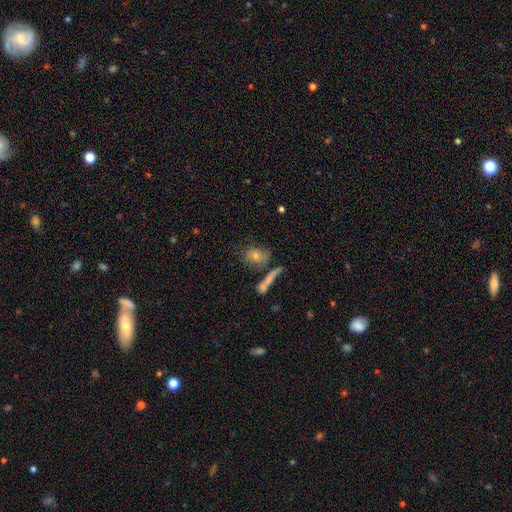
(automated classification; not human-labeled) Smooth or featured: smooth — 56% (featured or disk — 29%)
How rounded: in between — 57% (round — 33%)
Merging: none — 56% (merger — 20%)